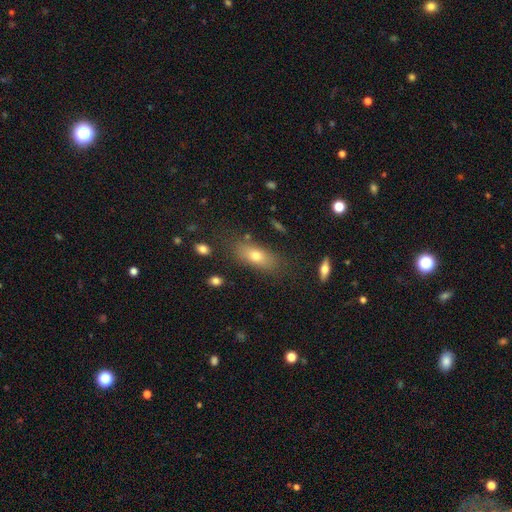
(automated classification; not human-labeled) Q: Smooth or featured?
A: smooth (68%); runner-up: featured or disk (21%)
Q: How rounded?
A: in between (71%); runner-up: cigar-shaped (22%)
Q: Merging?
A: none (79%); runner-up: minor disturbance (13%)